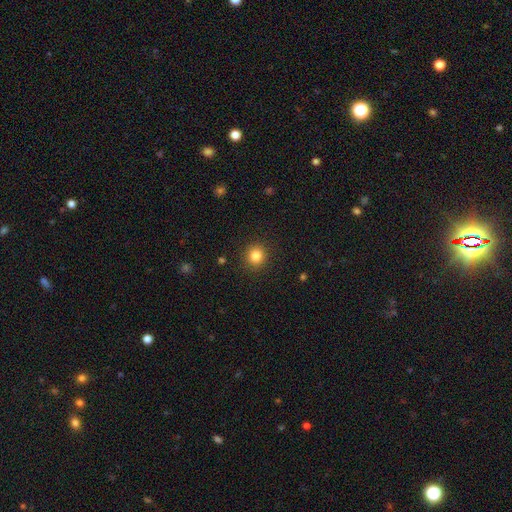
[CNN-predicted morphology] This appears to be a smooth galaxy with no disk features (83%) that is round (90%). Merging: none (91%).